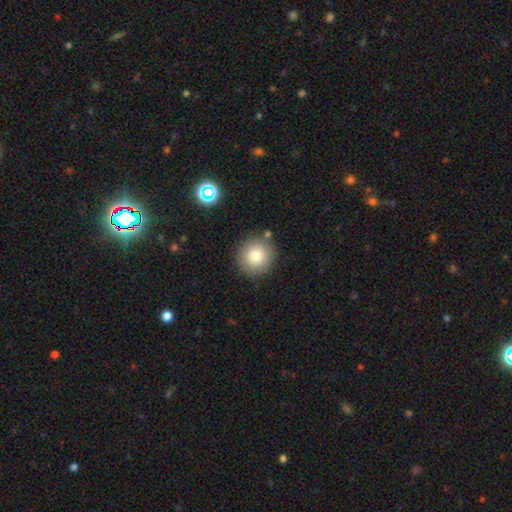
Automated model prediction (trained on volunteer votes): Overall: smooth (80%). How rounded: round (92%). Merging: none (85%).